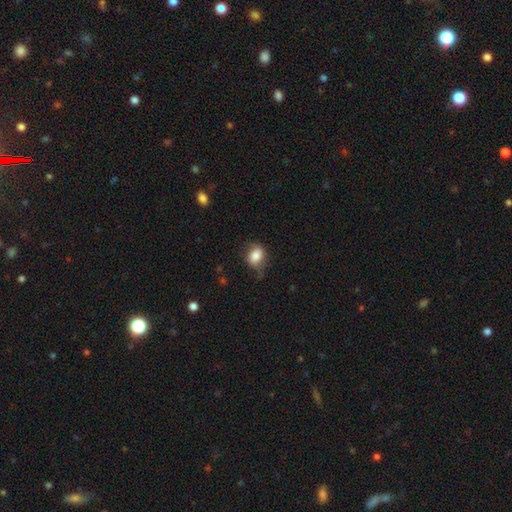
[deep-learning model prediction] smooth-or-featured: smooth: 79% | featured or disk: 13% | star or artifact: 8%
  how-rounded: in between: 60% | round: 38% | cigar-shaped: 1%
  merging: none: 56% | minor disturbance: 31% | major disturbance: 11% | merger: 2%